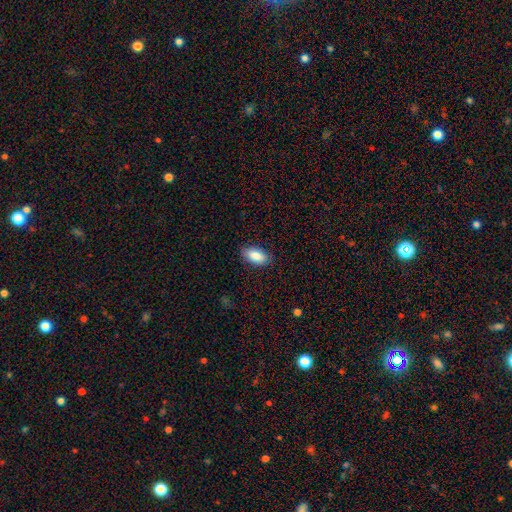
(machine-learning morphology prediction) smooth-or-featured: smooth: 86% | featured or disk: 8% | star or artifact: 7%
  how-rounded: in between: 91% | cigar-shaped: 6% | round: 3%
  merging: none: 84% | minor disturbance: 12% | major disturbance: 3% | merger: 1%